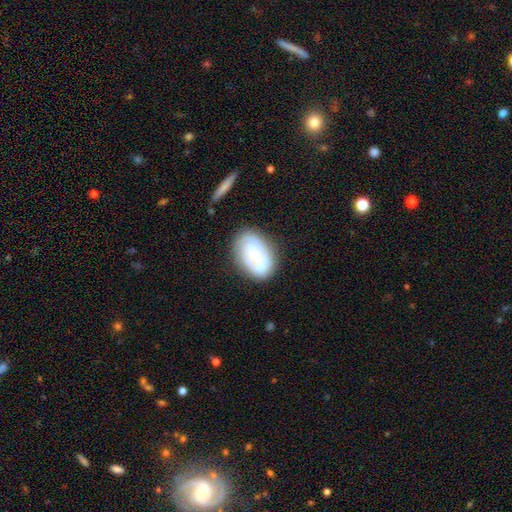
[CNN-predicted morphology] Overall: featured or disk (47%; smooth 45%). Merging: none (70%).